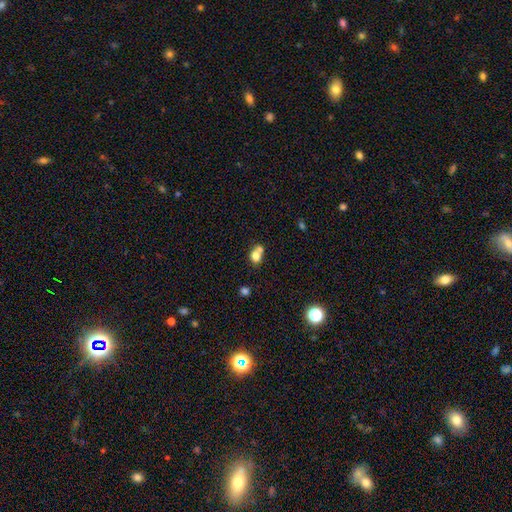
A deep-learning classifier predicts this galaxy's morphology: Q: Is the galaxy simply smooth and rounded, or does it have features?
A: smooth — 76%.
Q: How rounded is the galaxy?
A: round — 50%.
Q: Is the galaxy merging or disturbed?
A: merger — 50%.